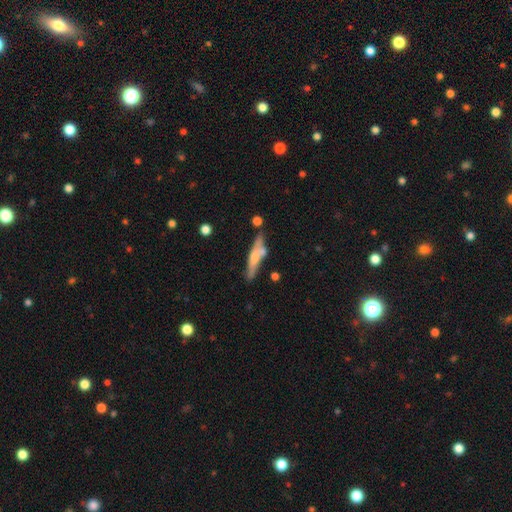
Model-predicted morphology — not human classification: This appears to be a smooth galaxy with no disk features (49%). Merging: none (58%).